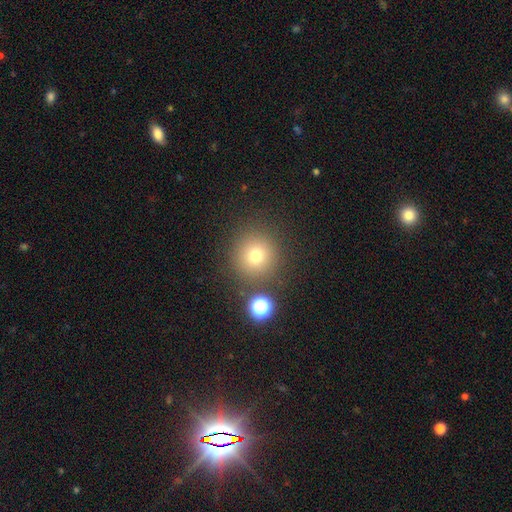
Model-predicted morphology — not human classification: Smooth or featured? Predicted: smooth (p=0.74). How rounded? Predicted: round (p=0.95). Merging? Predicted: none (p=0.84).